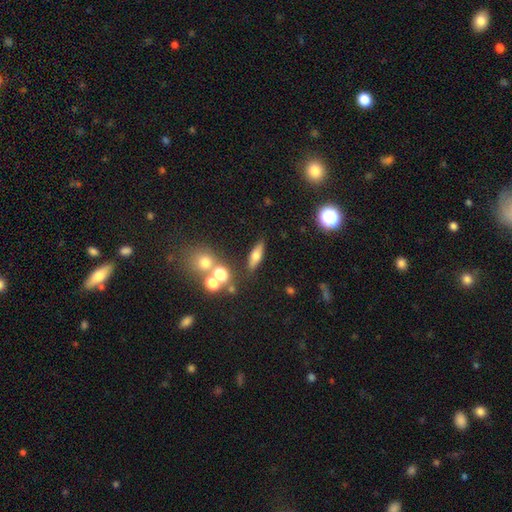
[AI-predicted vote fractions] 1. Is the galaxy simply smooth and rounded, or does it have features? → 54% smooth, 33% featured or disk, 12% star or artifact.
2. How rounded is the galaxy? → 47% cigar-shaped, 43% in between, 9% round.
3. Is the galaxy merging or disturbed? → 78% none, 10% minor disturbance, 7% merger, 4% major disturbance.